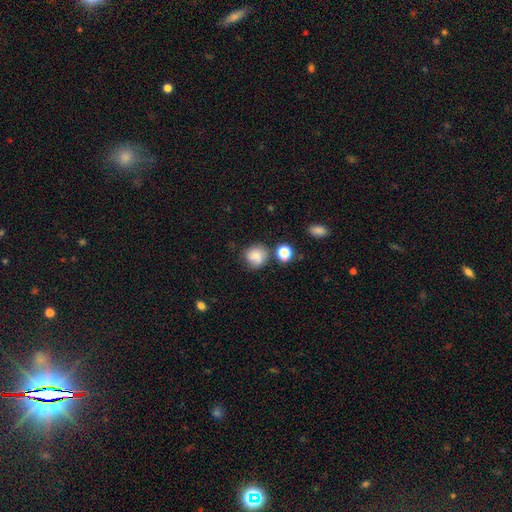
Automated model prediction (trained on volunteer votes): Smooth or featured?
  - smooth: 77% *
  - featured or disk: 12%
  - star or artifact: 11%
How rounded?
  - round: 85% *
  - in between: 14%
  - cigar-shaped: 1%
Merging?
  - none: 68% *
  - minor disturbance: 18%
  - merger: 9%
  - major disturbance: 5%